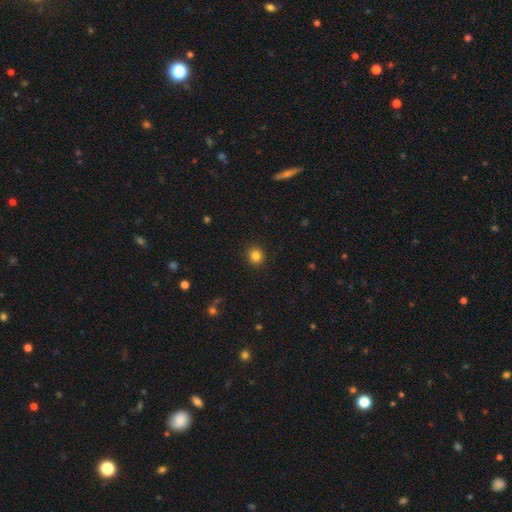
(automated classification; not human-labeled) smooth-or-featured: smooth: 84% | star or artifact: 12% | featured or disk: 5%
  how-rounded: round: 89% | in between: 10% | cigar-shaped: 1%
  merging: none: 92% | minor disturbance: 5% | major disturbance: 2% | merger: 1%